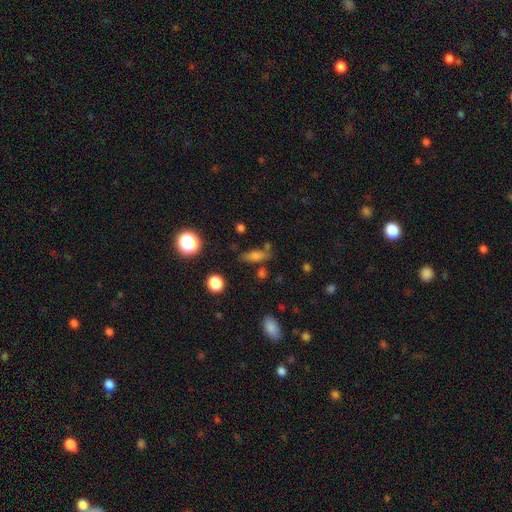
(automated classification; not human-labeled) smooth_or_featured: smooth (p=0.68) [alt: featured or disk p=0.17]
how_rounded: in between (p=0.53) [alt: cigar-shaped p=0.38]
merging: none (p=0.69) [alt: minor disturbance p=0.16]